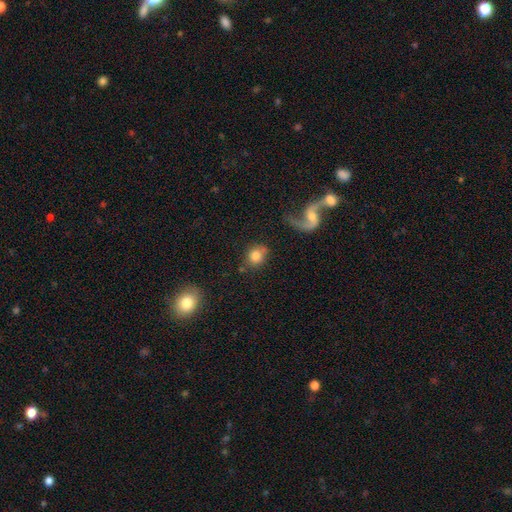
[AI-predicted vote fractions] This is likely a smooth galaxy (75%). How rounded: likely round (75%). Merging: likely none (66%).